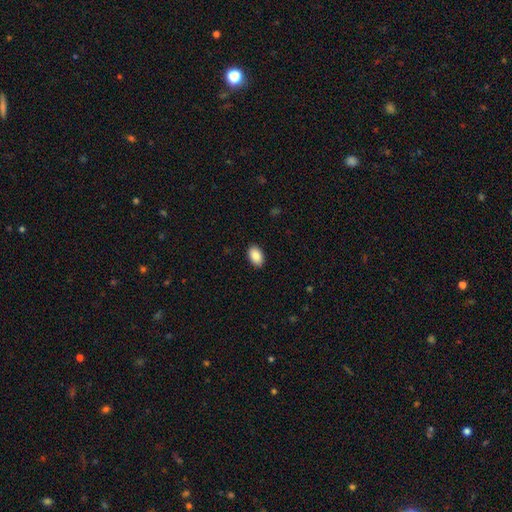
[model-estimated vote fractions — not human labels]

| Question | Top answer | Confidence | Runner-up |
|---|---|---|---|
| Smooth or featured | smooth | 88% | star or artifact (7%) |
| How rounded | in between | 91% | round (8%) |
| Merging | none | 90% | minor disturbance (7%) |